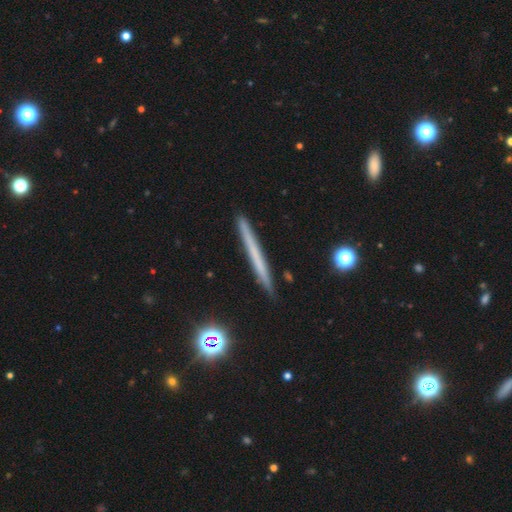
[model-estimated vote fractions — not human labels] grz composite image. It shows a smooth galaxy with no disk features (49%). Merging: none (90%).